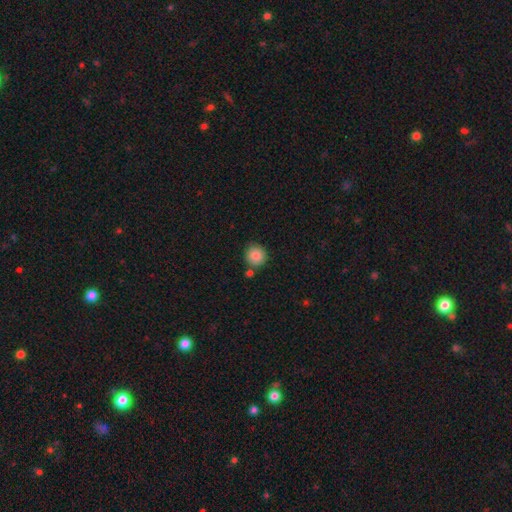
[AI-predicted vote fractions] Morphology: type=smooth (87%); roundness=round (90%); merging=none (77%).